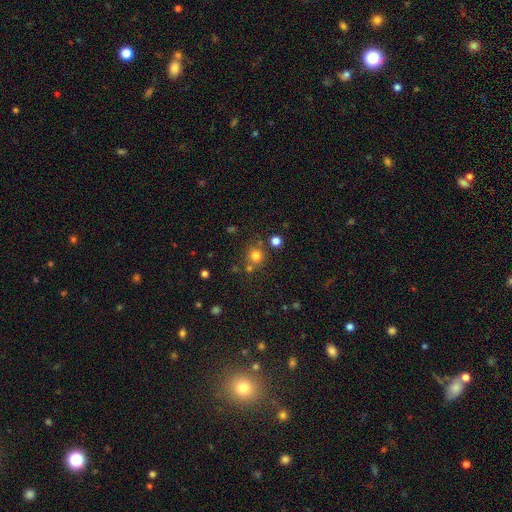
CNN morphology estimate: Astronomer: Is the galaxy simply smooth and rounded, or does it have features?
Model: smooth — 76%.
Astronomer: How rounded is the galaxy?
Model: round — 90%.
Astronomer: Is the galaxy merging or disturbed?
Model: none — 71%.